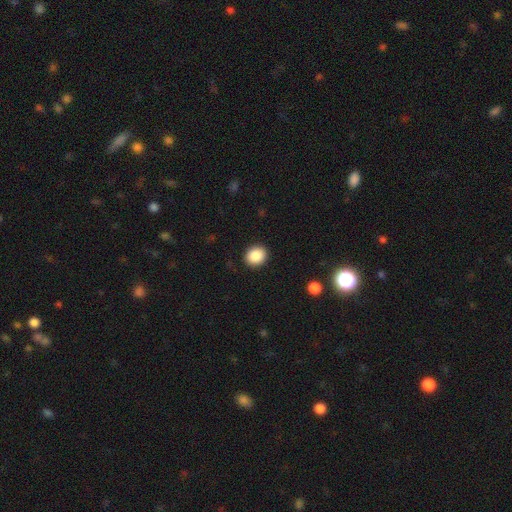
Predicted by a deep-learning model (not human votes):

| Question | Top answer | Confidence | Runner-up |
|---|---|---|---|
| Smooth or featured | smooth | 87% | star or artifact (9%) |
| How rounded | round | 70% | in between (29%) |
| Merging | none | 91% | minor disturbance (6%) |